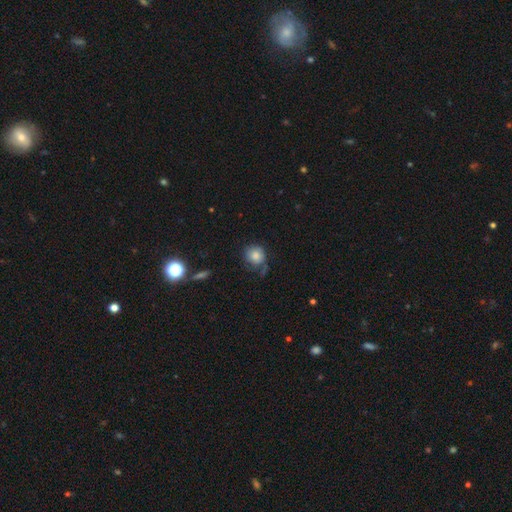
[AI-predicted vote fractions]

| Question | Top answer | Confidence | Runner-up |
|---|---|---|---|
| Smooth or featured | smooth | 77% | featured or disk (14%) |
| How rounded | round | 82% | in between (17%) |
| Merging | none | 51% | minor disturbance (27%) |